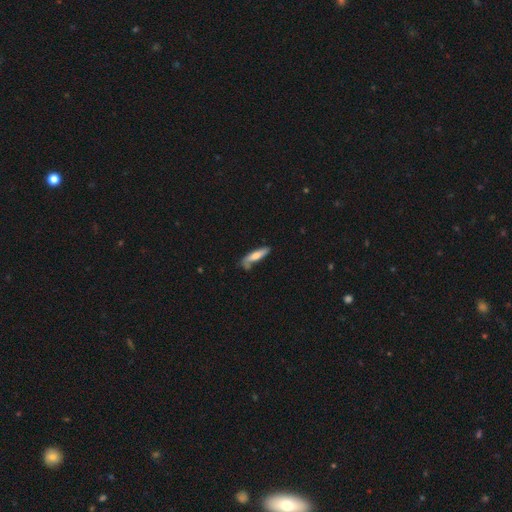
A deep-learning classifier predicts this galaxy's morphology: Smooth or featured? smooth (63%)
How rounded? cigar-shaped (73%)
Merging? none (58%)